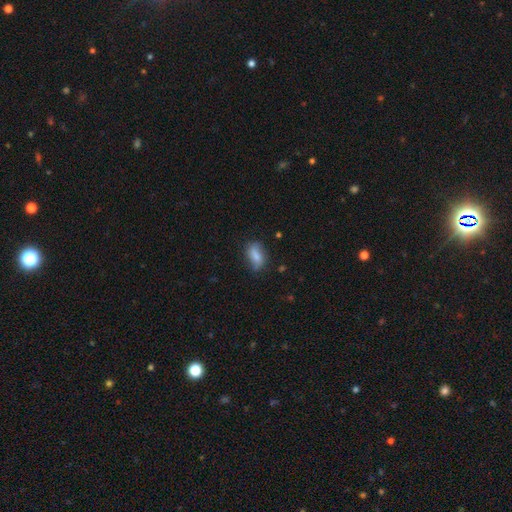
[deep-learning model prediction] Smooth or featured? Predicted: smooth (p=0.77). How rounded? Predicted: in between (p=0.86). Merging? Predicted: none (p=0.66).